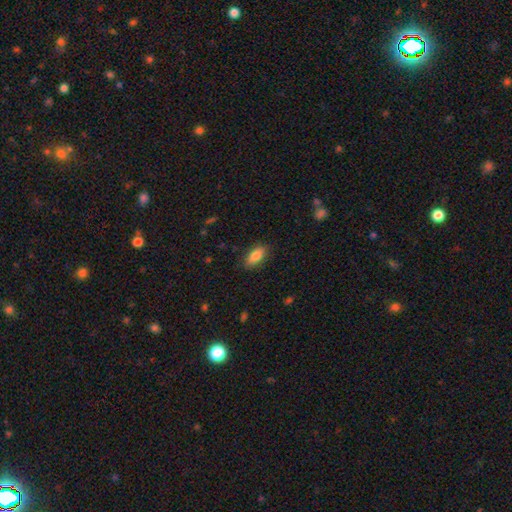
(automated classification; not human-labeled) Overall: smooth (84%). How rounded: in between (86%). Merging: none (85%).